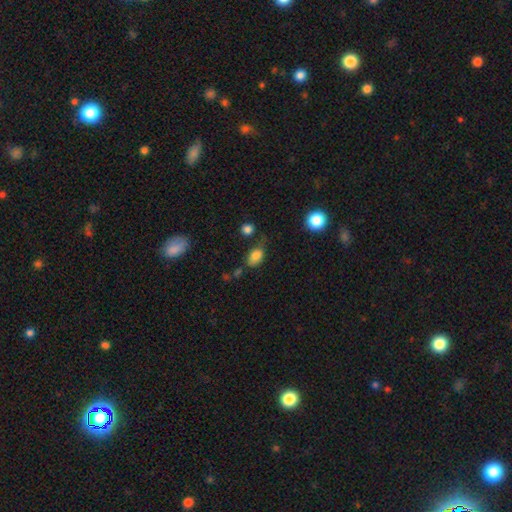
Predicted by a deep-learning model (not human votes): Smooth or featured: smooth — 82% (star or artifact — 11%)
How rounded: in between — 82% (round — 16%)
Merging: none — 53% (minor disturbance — 30%)